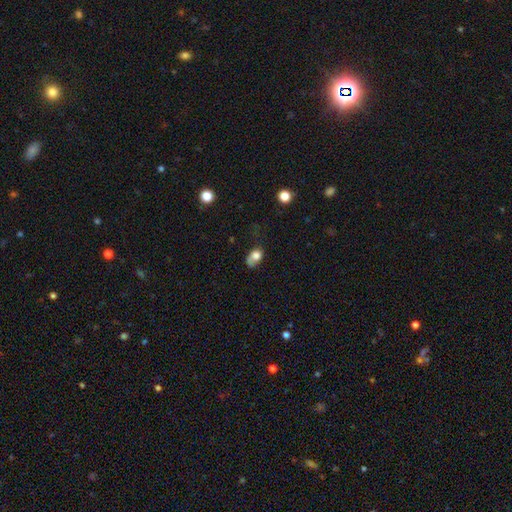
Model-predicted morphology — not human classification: A smooth galaxy with no disk features (73%) that is in between round and cigar-shaped (69%).

Vote fractions:
- Smooth or featured? smooth: 73% / featured or disk: 16% / star or artifact: 10%
- How rounded? in between: 69% / round: 29% / cigar-shaped: 2%
- Merging? minor disturbance: 31% (tied) / major disturbance: 31% (tied) / none: 30% / merger: 8%